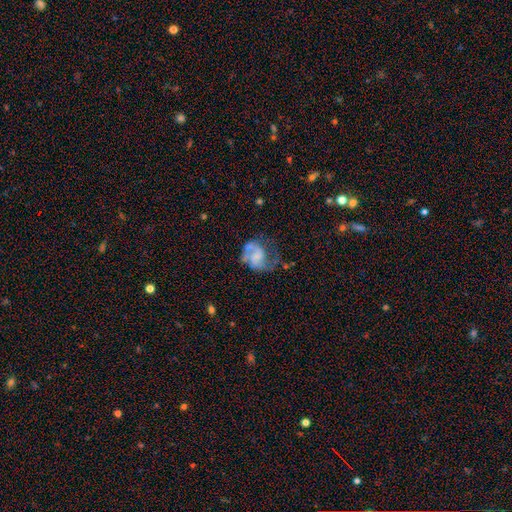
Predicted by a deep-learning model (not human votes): This is likely a featured or disk galaxy (67%). It is clearly not viewed edge-on (98%). Bar: possibly no (59%). Spiral arm pattern: clearly yes (82%). Spiral arm count: likely 2 (67%). Spiral winding: possibly medium (45%). Central bulge: marginally none (43%). Merging: marginally none (37%).